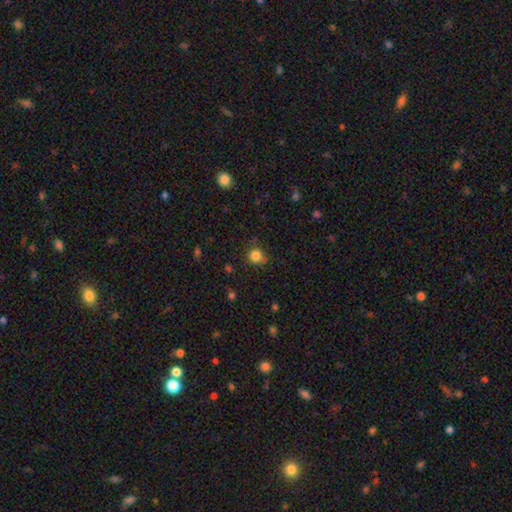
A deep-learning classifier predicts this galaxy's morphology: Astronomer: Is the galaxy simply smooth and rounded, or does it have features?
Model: smooth — 83%.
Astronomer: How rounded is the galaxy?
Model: round — 87%.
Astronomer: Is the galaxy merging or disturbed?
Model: none — 76%.